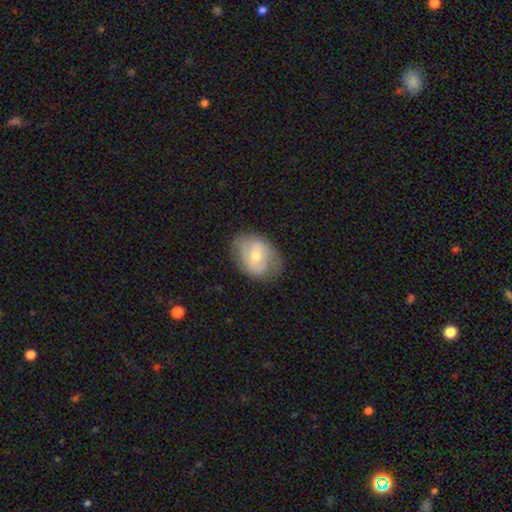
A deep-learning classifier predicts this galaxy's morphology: This is possibly a featured or disk galaxy (52%). It is clearly not viewed edge-on (95%). Merging: likely none (67%).